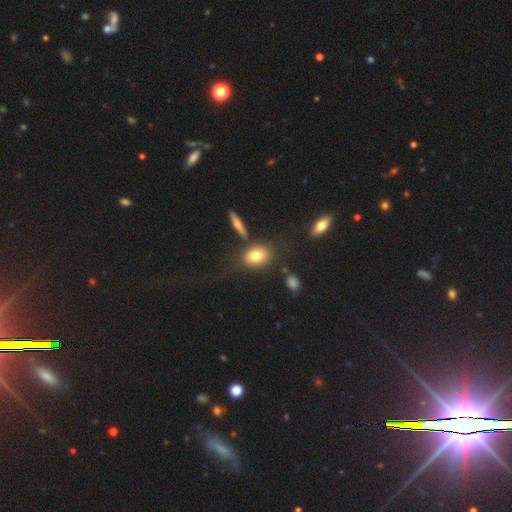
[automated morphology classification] Smooth or featured? Predicted: smooth (p=0.77). How rounded? Predicted: in between (p=0.67). Merging? Predicted: none (p=0.70).